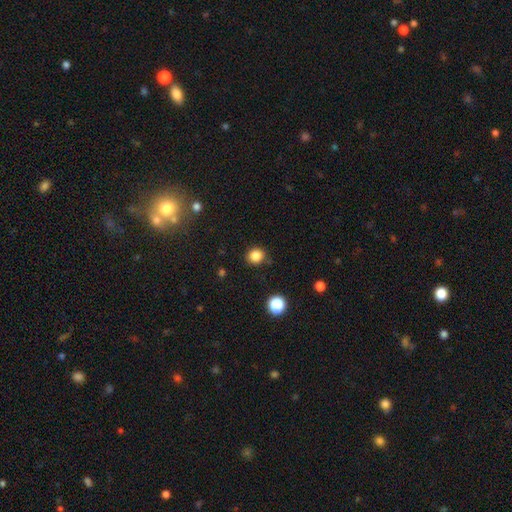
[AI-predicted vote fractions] A smooth galaxy with no disk features (84%) that is round (81%). Merging: none (85%).